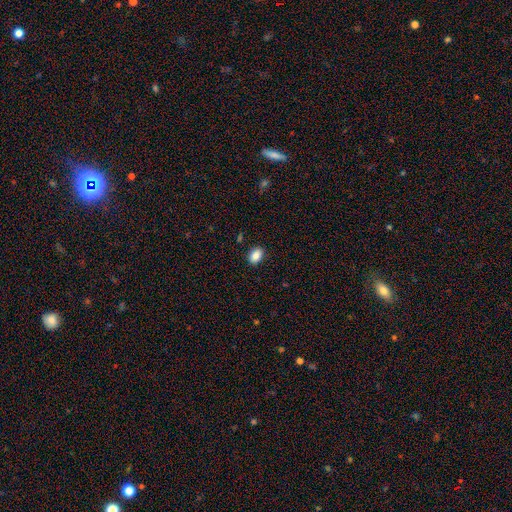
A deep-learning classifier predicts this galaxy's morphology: Smooth or featured? Predicted: smooth (p=0.88). How rounded? Predicted: in between (p=0.81). Merging? Predicted: none (p=0.89).